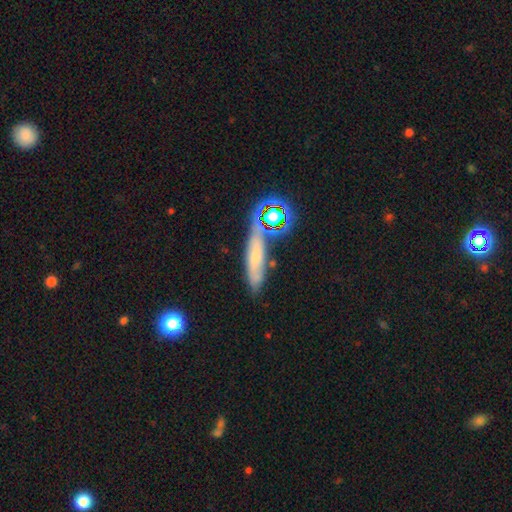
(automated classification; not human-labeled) Smooth or featured? smooth (48%)
Merging? none (64%)